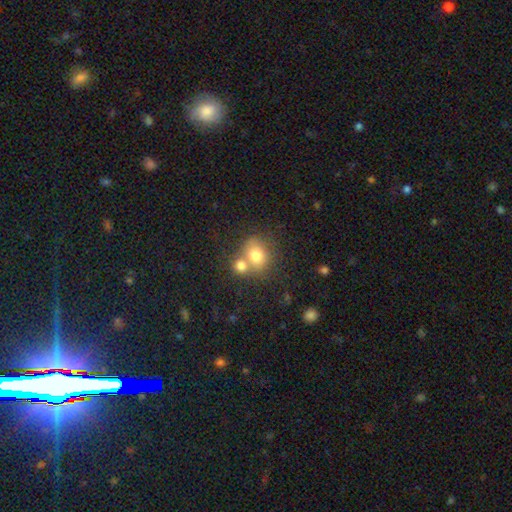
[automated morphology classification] Q: Smooth or featured?
A: smooth (74%); runner-up: featured or disk (15%)
Q: How rounded?
A: round (71%); runner-up: in between (28%)
Q: Merging?
A: merger (51%); runner-up: none (37%)